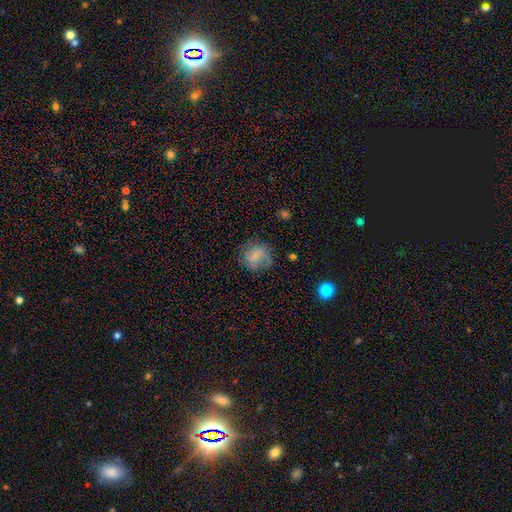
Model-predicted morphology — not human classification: Smooth or featured? Predicted: smooth (p=0.60). How rounded? Predicted: round (p=0.82). Merging? Predicted: none (p=0.65).